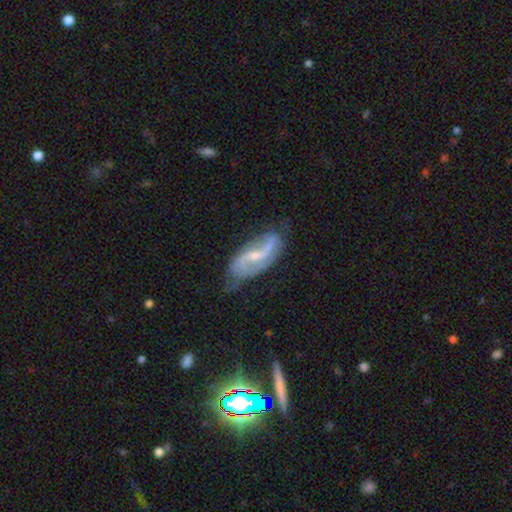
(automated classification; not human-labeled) Smooth or featured? featured or disk (84%)
Edge-on disk? no (94%)
Bar? weak (47%)
Spiral arms? yes (95%)
Spiral winding? loose (54%)
Spiral arm count? 2 (88%)
Bulge size? small (62%)
Merging? none (64%)